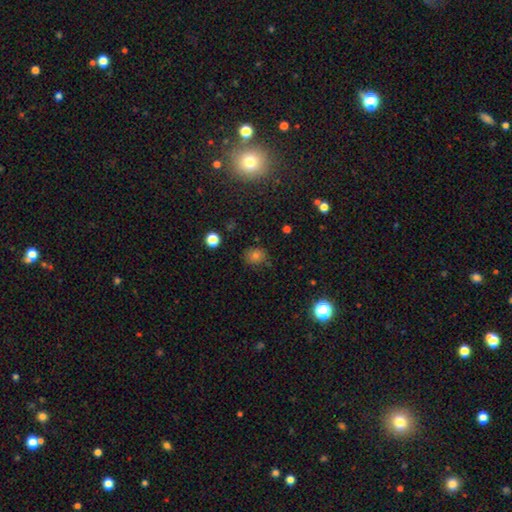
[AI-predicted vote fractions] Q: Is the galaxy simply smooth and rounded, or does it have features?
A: smooth — 66%.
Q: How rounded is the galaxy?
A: round — 67%.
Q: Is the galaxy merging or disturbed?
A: none — 81%.